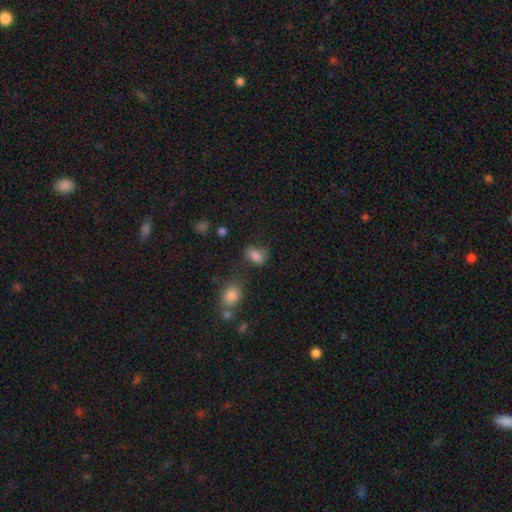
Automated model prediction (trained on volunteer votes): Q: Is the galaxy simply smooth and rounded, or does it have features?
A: smooth — 81%.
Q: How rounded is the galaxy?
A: in between — 79%.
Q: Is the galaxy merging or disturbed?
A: none — 55%.